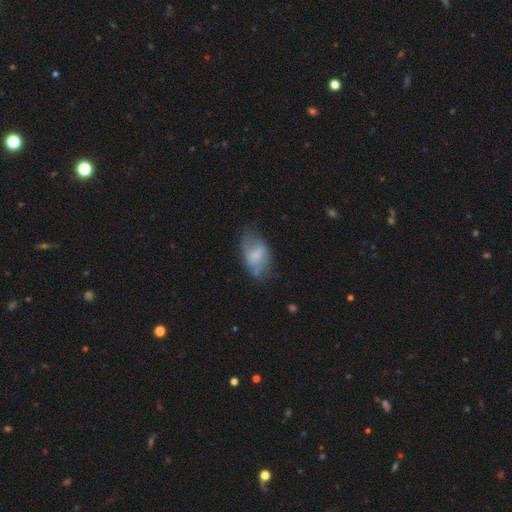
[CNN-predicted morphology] A smooth galaxy with no disk features (50%) that is in between round and cigar-shaped (90%). Merging: none (44%).